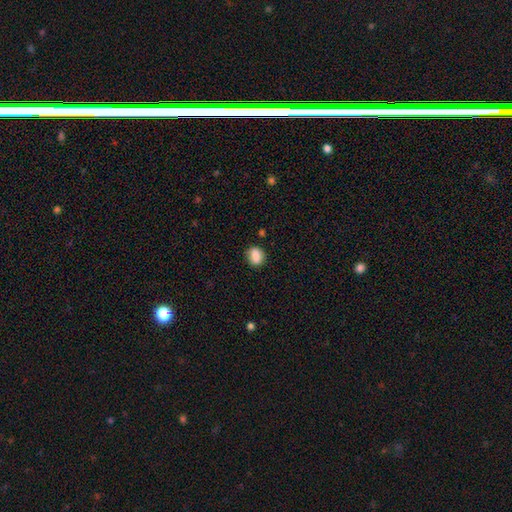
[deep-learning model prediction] This appears to be a smooth galaxy with no disk features (84%) that is in between round and cigar-shaped (53%). Merging: none (81%).